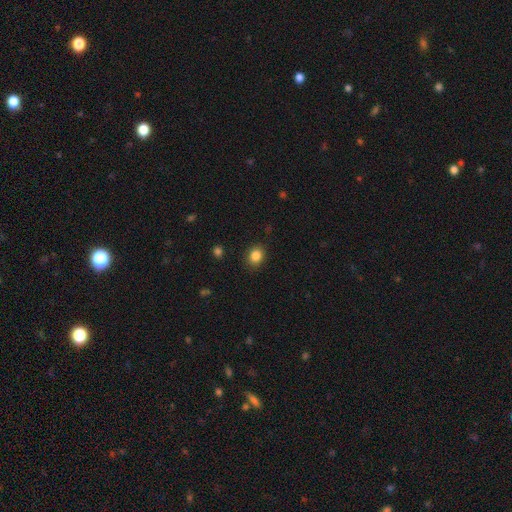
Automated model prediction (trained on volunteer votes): Morphology: type=smooth (85%); roundness=round (58%); merging=none (88%).